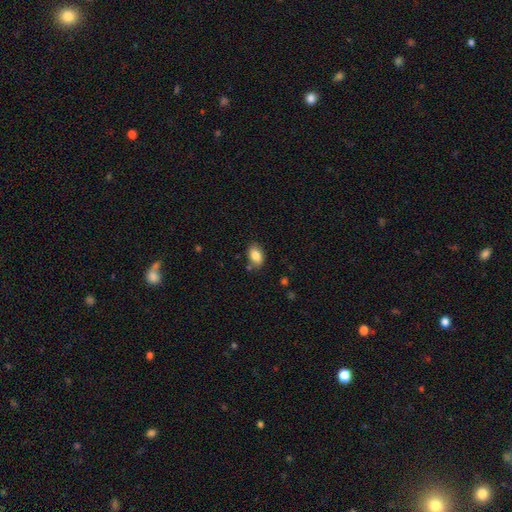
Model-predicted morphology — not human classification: smooth-or-featured: smooth: 85% | star or artifact: 8% | featured or disk: 7%
  how-rounded: in between: 86% | round: 13% | cigar-shaped: 1%
  merging: none: 77% | minor disturbance: 15% | merger: 5% | major disturbance: 3%